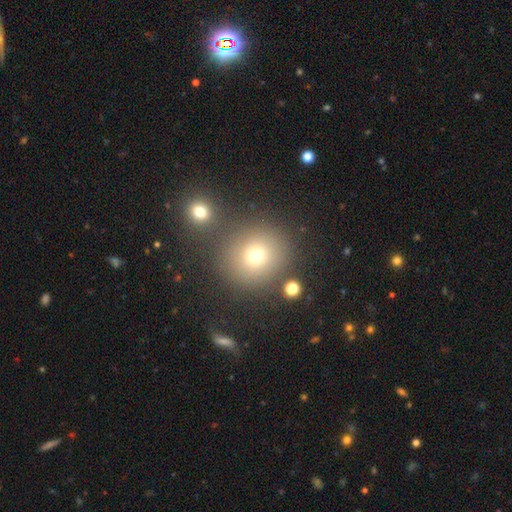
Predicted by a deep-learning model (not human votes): A smooth galaxy with no disk features (72%) that is round (90%). Merging: none (77%).